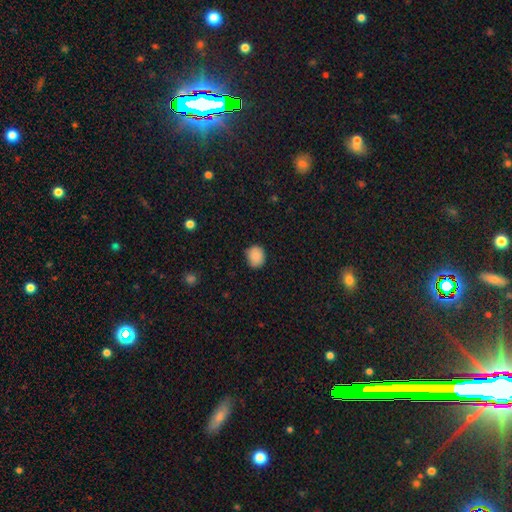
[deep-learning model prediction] The model was most divided on "how rounded": round: 65%, in between: 34%, cigar-shaped: 1%. More confident: smooth or featured — smooth (88%); merging — none (80%).